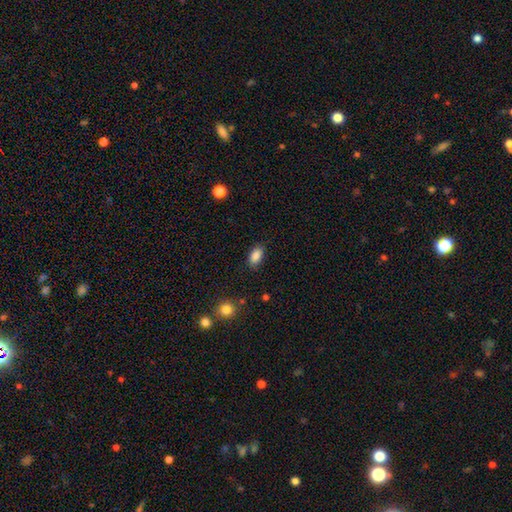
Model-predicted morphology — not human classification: type=smooth (88%); roundness=in between (91%); merging=none (85%).